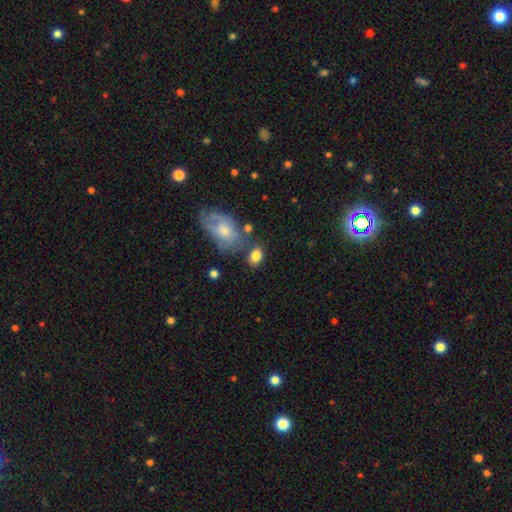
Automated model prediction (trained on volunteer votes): smooth-or-featured: smooth: 82% | featured or disk: 11% | star or artifact: 8%
  how-rounded: in between: 84% | round: 14% | cigar-shaped: 2%
  merging: none: 60% | minor disturbance: 20% | merger: 13% | major disturbance: 8%